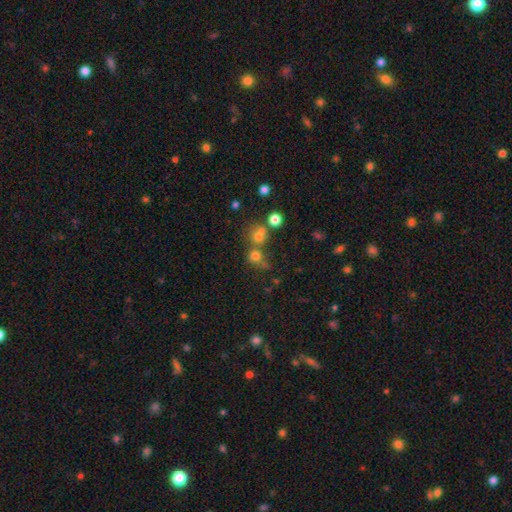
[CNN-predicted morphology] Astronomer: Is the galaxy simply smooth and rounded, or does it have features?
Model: smooth — 67%.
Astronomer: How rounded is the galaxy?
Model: round — 85%.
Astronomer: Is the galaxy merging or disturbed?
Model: none — 52% (runner-up: merger, 34%).